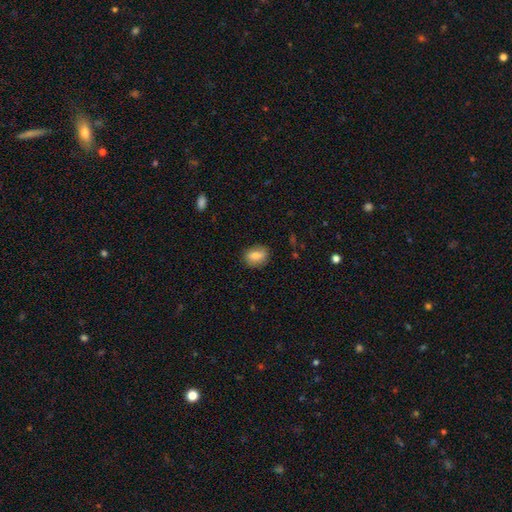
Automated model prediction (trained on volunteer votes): Smooth or featured? Predicted: smooth (p=0.78). How rounded? Predicted: in between (p=0.70). Merging? Predicted: none (p=0.80).